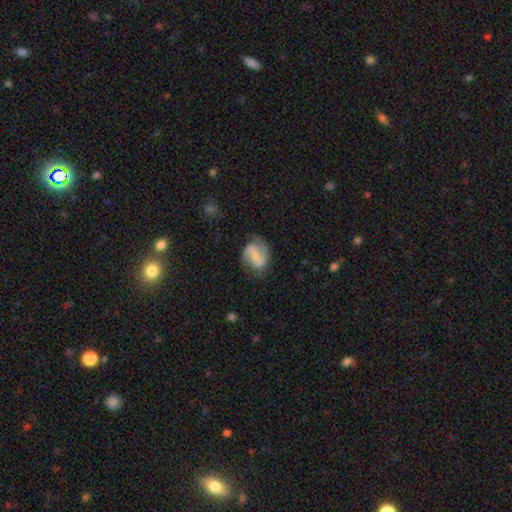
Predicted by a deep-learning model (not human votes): The model was most divided on "spiral winding": medium: 48%, loose: 35%, tight: 17%. Remaining: edge-on disk — no (98%); spiral arms — yes (93%); spiral arm count — 2 (89%); smooth or featured — featured or disk (77%); merging — none (70%); bulge size — small (53%); bar — weak (46%).